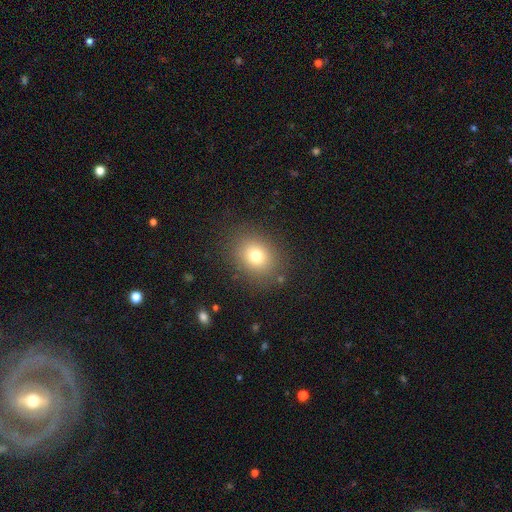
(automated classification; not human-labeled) This is likely a smooth galaxy (76%). How rounded: possibly round (57%). Merging: clearly none (84%).